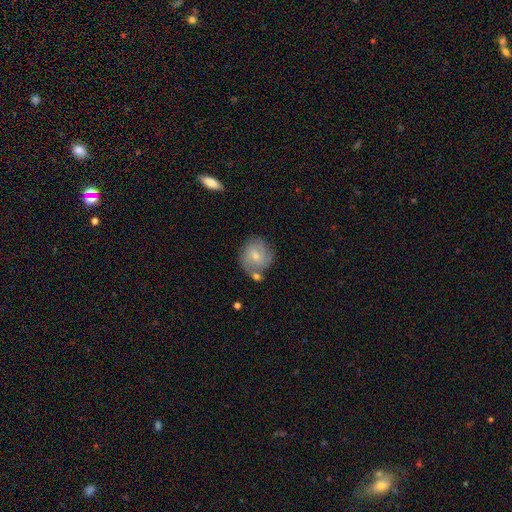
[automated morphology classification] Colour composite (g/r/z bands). It shows a smooth galaxy with no disk features (48%). Merging: none (60%).